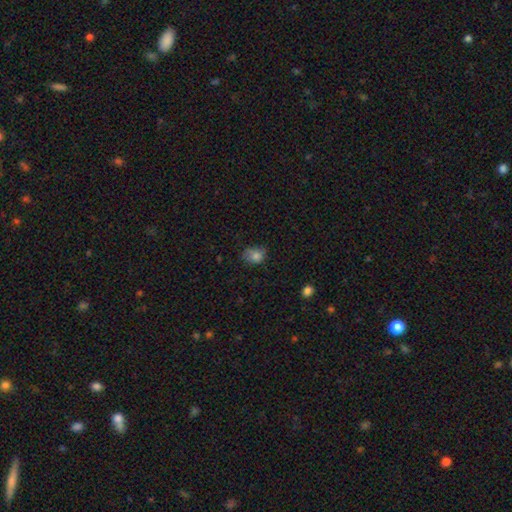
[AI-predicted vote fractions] smooth_or_featured: smooth (p=0.80) [alt: star or artifact p=0.10]
how_rounded: in between (p=0.52) [alt: round p=0.47]
merging: none (p=0.54) [alt: minor disturbance p=0.33]